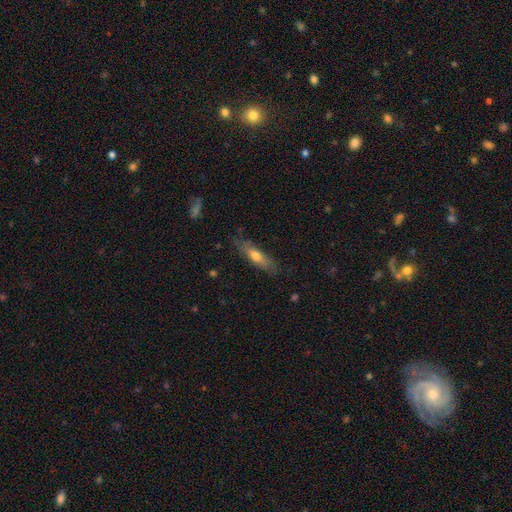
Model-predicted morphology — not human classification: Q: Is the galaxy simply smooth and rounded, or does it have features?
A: smooth — 62%.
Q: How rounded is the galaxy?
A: cigar-shaped — 63%.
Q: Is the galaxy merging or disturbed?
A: none — 75%.